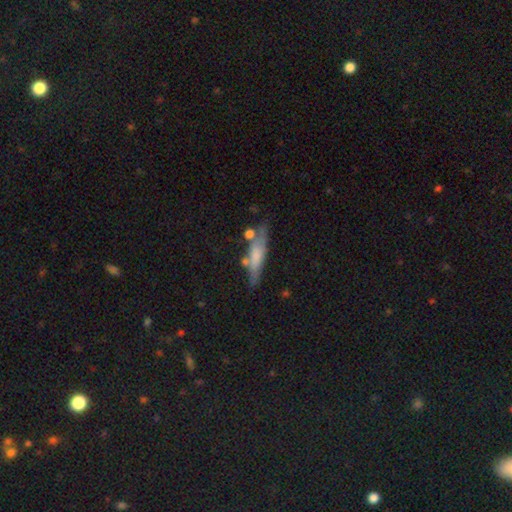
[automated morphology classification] The model was most divided on "smooth or featured": smooth: 56%, featured or disk: 37%, star or artifact: 7%. More confident: how rounded — cigar-shaped (76%); merging — none (62%).